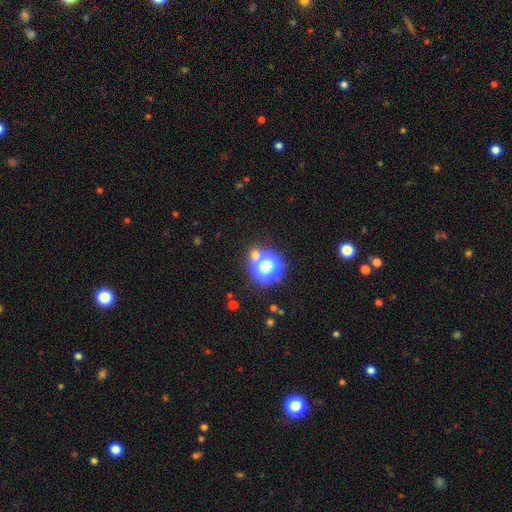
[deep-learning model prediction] Overall: smooth (46%; star or artifact 44%). Merging: none (66%).